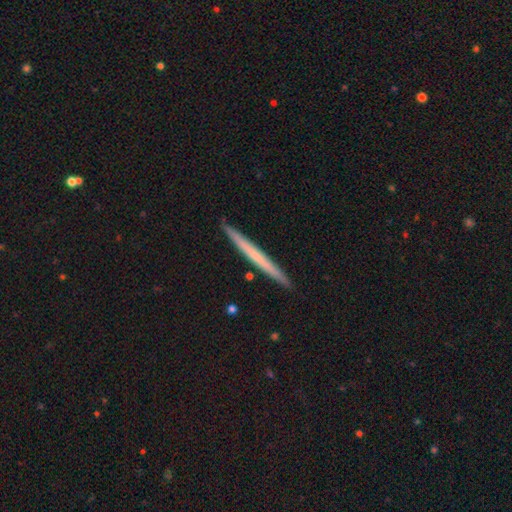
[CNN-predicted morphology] Smooth or featured? smooth (50%)
Merging? none (92%)